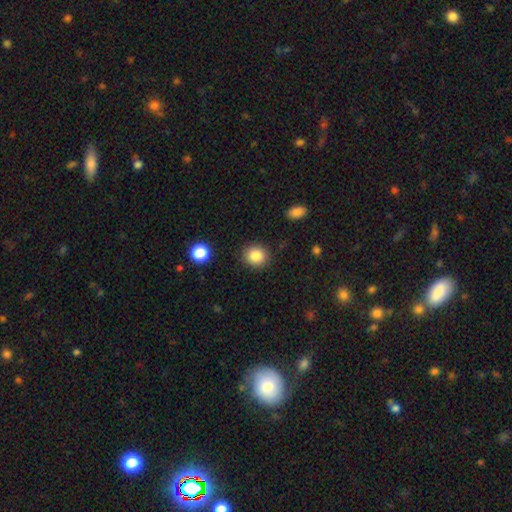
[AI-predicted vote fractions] smooth 85%, star or artifact 10%, featured or disk 5%. Down the decision tree: how rounded — round (86%); merging — none (89%).